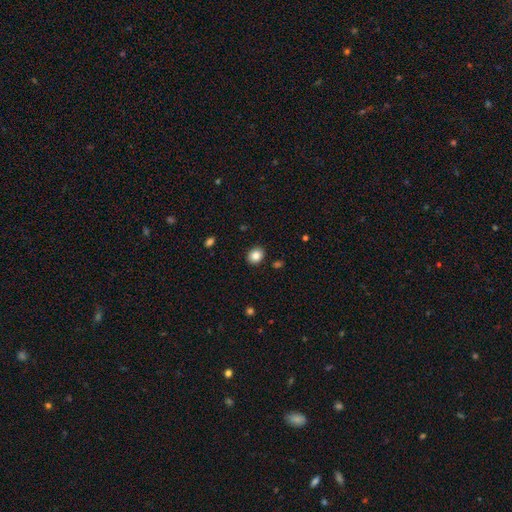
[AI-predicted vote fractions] smooth_or_featured: smooth (p=0.85) [alt: star or artifact p=0.09]
how_rounded: round (p=0.61) [alt: in between p=0.38]
merging: none (p=0.89) [alt: minor disturbance p=0.08]